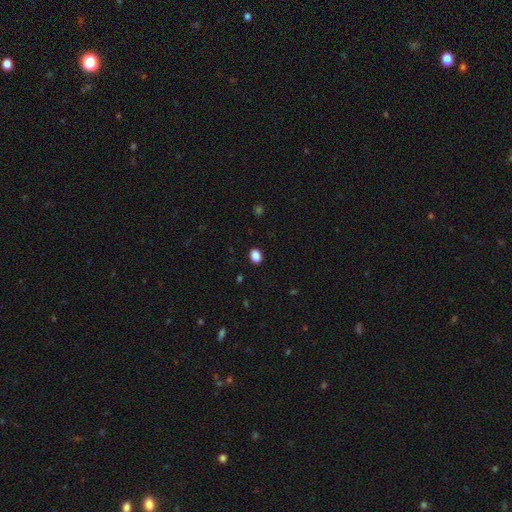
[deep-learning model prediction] This appears to be a smooth galaxy with no disk features (88%) that is in between round and cigar-shaped (64%). Merging: none (90%).